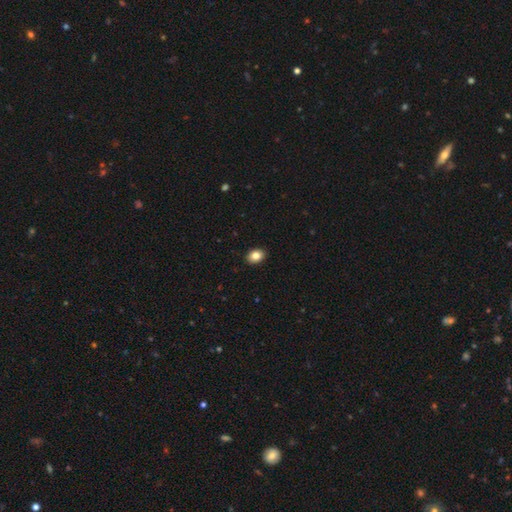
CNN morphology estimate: A smooth galaxy with no disk features (84%) that is in between round and cigar-shaped (70%).

Vote fractions:
- Smooth or featured? smooth: 84% / star or artifact: 9% / featured or disk: 7%
- How rounded? in between: 70% / round: 29% / cigar-shaped: 1%
- Merging? none: 91% / minor disturbance: 6% / major disturbance: 2% / merger: 1%